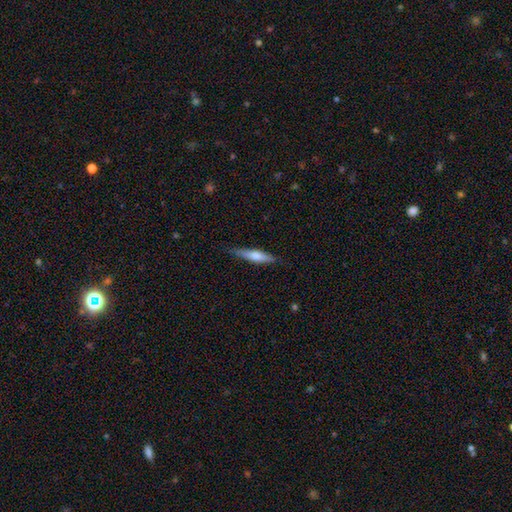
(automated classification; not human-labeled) A smooth galaxy with no disk features (56%) that is cigar-shaped (80%).

Vote fractions:
- Smooth or featured? smooth: 56% / featured or disk: 39% / star or artifact: 6%
- How rounded? cigar-shaped: 80% / in between: 18% / round: 2%
- Merging? none: 82% / minor disturbance: 14% / major disturbance: 3% / merger: 1%